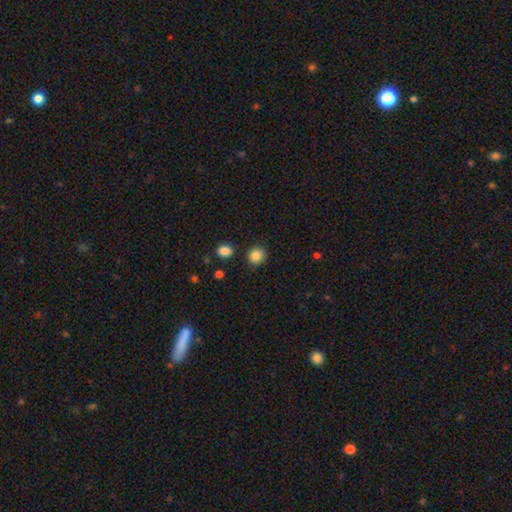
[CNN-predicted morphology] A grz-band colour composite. It shows a smooth galaxy with no disk features (86%) that is round (88%). Merging: none (88%).